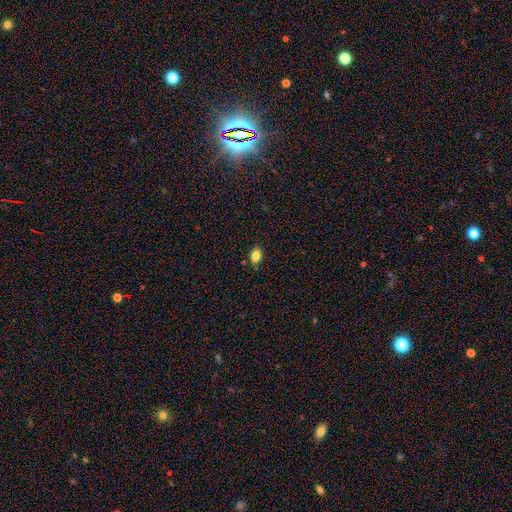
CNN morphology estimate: smooth 83%, star or artifact 11%, featured or disk 6%. Down the decision tree: how rounded — in between (78%); merging — none (85%).